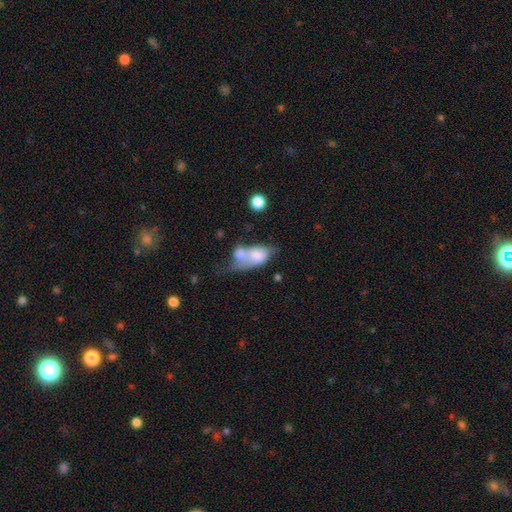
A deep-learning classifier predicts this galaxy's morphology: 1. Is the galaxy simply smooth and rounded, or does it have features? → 63% smooth, 30% featured or disk, 8% star or artifact.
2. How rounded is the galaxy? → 84% in between, 12% round, 4% cigar-shaped.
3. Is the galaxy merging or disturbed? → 61% merger, 15% major disturbance, 12% none, 11% minor disturbance.